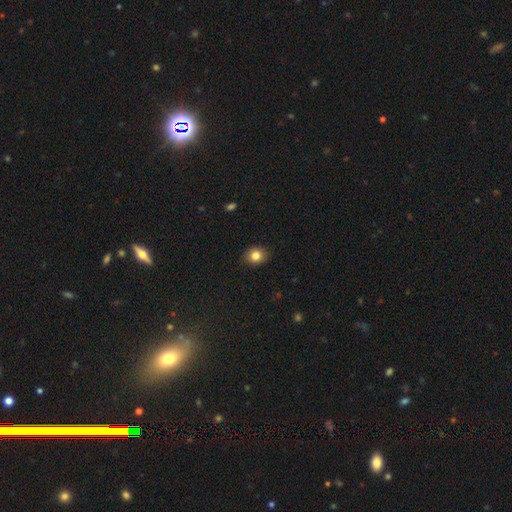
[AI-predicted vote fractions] Smooth or featured? Predicted: smooth (p=0.83). How rounded? Predicted: round (p=0.64). Merging? Predicted: none (p=0.85).